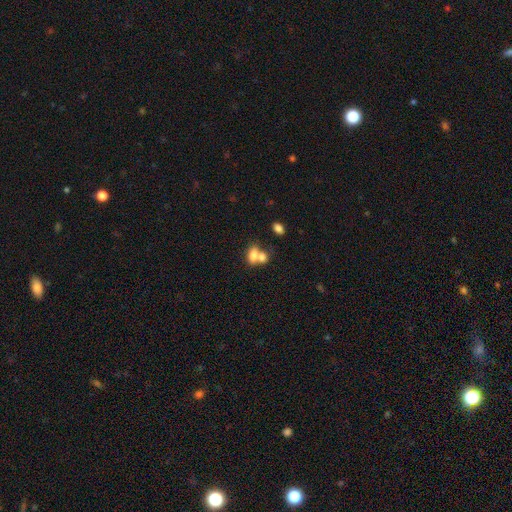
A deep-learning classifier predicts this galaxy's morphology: Smooth or featured? Predicted: smooth (p=0.76). How rounded? Predicted: in between (p=0.75). Merging? Predicted: merger (p=0.63).